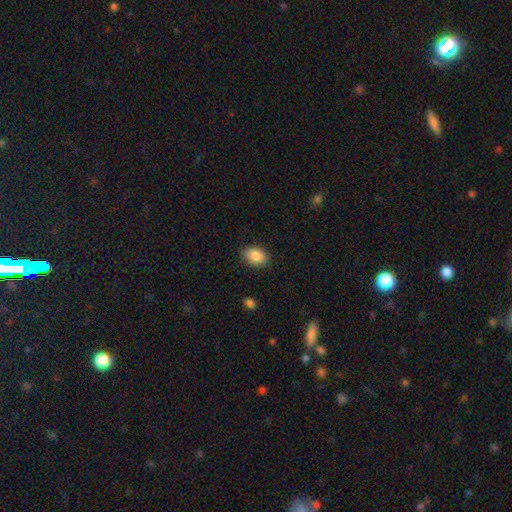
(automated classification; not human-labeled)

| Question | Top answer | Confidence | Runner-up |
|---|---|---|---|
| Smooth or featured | smooth | 87% | star or artifact (8%) |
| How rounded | in between | 81% | round (18%) |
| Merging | none | 83% | minor disturbance (13%) |